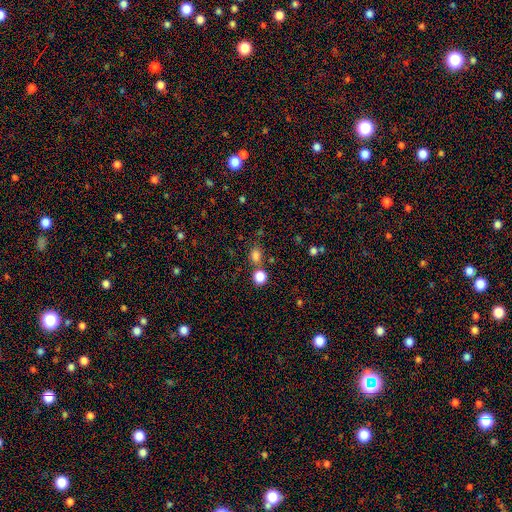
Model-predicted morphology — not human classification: smooth-or-featured: smooth: 80% | star or artifact: 15% | featured or disk: 5%
  how-rounded: in between: 53% | round: 45% | cigar-shaped: 1%
  merging: none: 68% | merger: 17% | minor disturbance: 11% | major disturbance: 4%